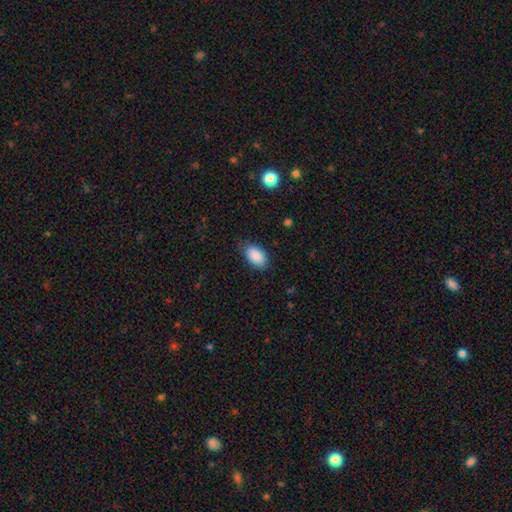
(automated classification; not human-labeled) Smooth or featured?
  - smooth: 89% *
  - star or artifact: 7%
  - featured or disk: 4%
How rounded?
  - in between: 93% *
  - round: 5%
  - cigar-shaped: 1%
Merging?
  - none: 75% *
  - minor disturbance: 20%
  - major disturbance: 4%
  - merger: 1%